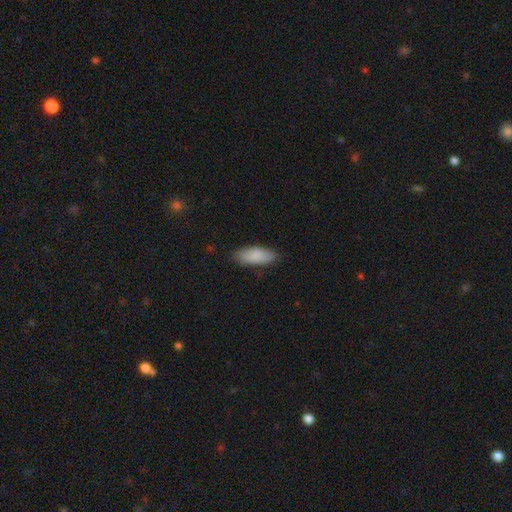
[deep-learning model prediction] This is clearly a smooth galaxy (87%). How rounded: likely in between (75%). Merging: clearly none (83%).